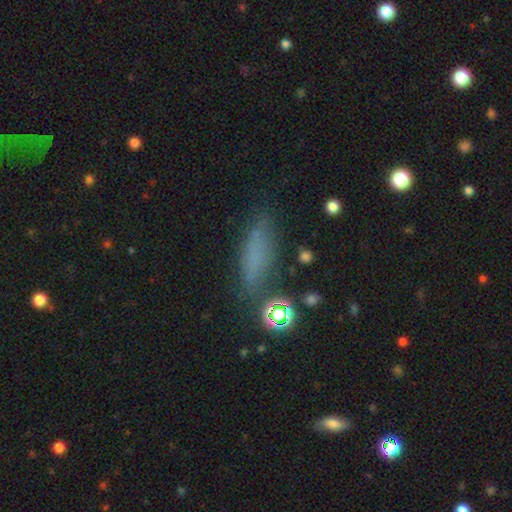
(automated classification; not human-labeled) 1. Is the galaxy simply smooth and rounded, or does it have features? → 68% smooth, 19% star or artifact, 14% featured or disk.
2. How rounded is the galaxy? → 62% cigar-shaped, 34% in between, 4% round.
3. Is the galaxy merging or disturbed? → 77% none, 15% minor disturbance, 6% major disturbance, 3% merger.